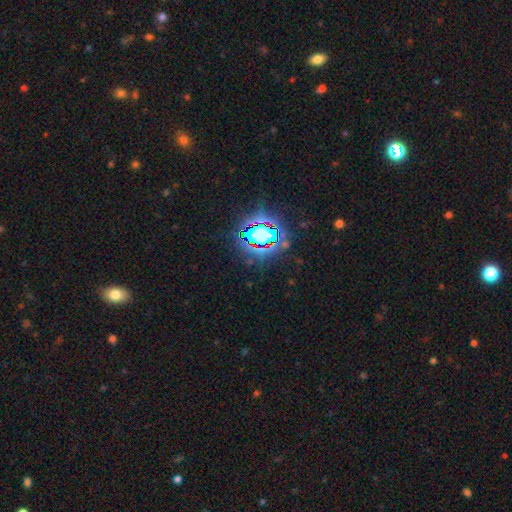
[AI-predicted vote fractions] Smooth or featured?
  - star or artifact: 82% *
  - smooth: 11%
  - featured or disk: 7%